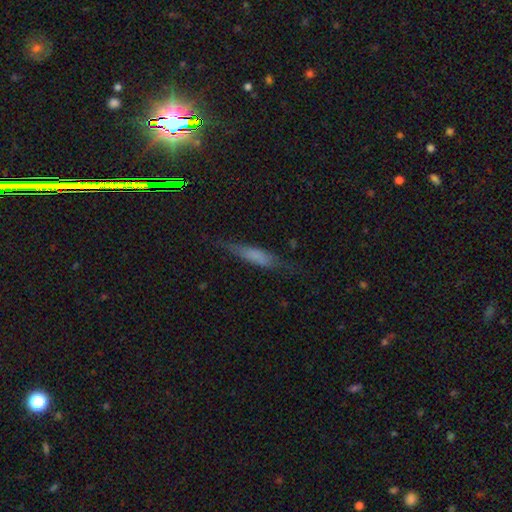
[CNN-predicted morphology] type=smooth (55%); roundness=cigar-shaped (80%); merging=none (70%).